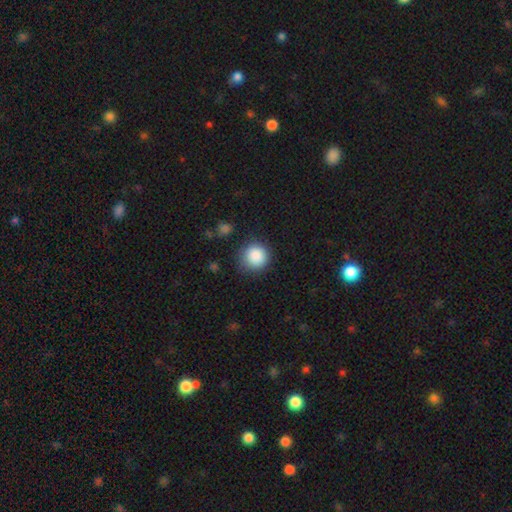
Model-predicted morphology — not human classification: The model was most divided on "merging": none: 83%, minor disturbance: 11%, major disturbance: 4%, merger: 2%. More confident: how rounded — round (93%); smooth or featured — smooth (87%).